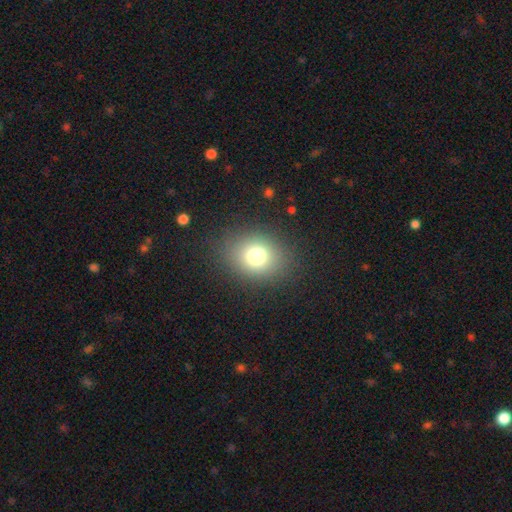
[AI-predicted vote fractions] This is likely a smooth galaxy (74%). How rounded: likely round (62%). Merging: clearly none (86%).